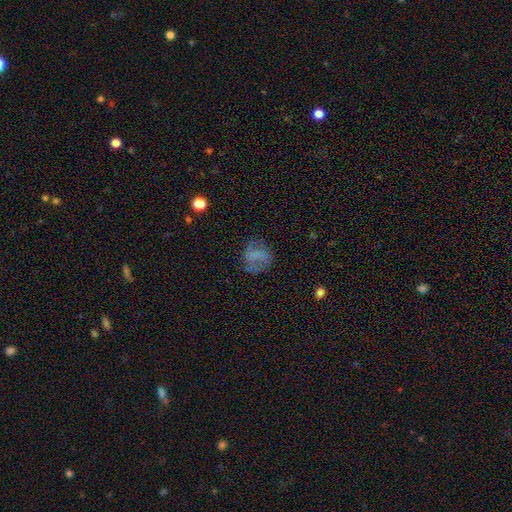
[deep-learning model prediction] Smooth or featured? Predicted: smooth (p=0.48). Merging? Predicted: none (p=0.62).